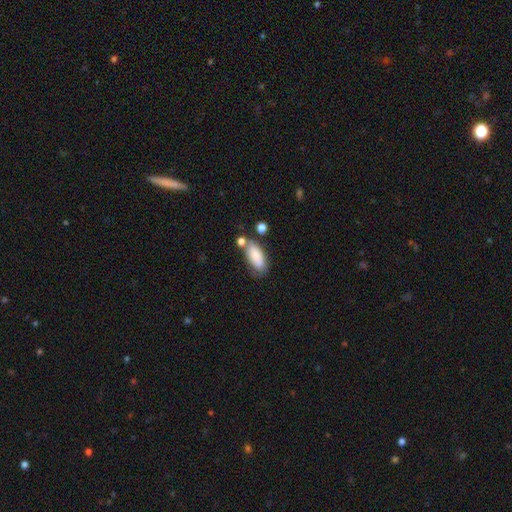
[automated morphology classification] This is clearly a smooth galaxy (81%). How rounded: clearly in between (86%). Merging: possibly none (55%).